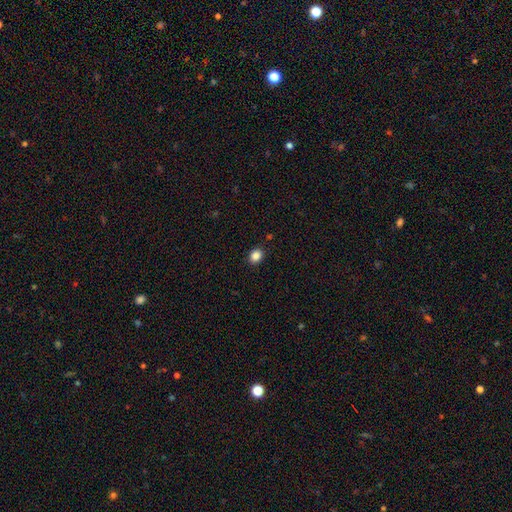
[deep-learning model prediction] Smooth or featured? Predicted: smooth (p=0.86). How rounded? Predicted: round (p=0.55). Merging? Predicted: none (p=0.89).